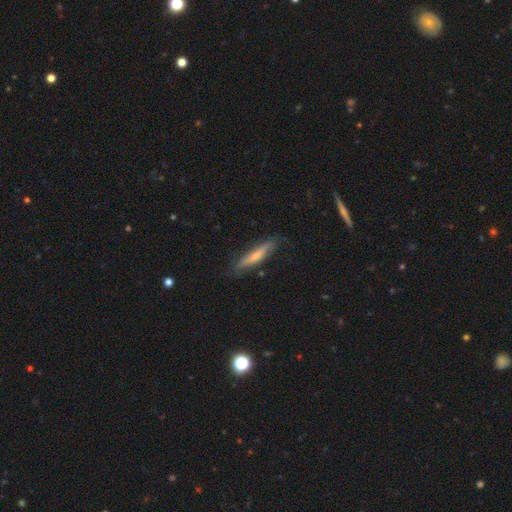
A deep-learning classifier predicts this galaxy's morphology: A smooth galaxy with no disk features (55%) that is cigar-shaped (86%).

Vote fractions:
- Smooth or featured? smooth: 55% / featured or disk: 39% / star or artifact: 6%
- How rounded? cigar-shaped: 86% / in between: 12% / round: 2%
- Merging? none: 79% / minor disturbance: 16% / major disturbance: 3% / merger: 2%